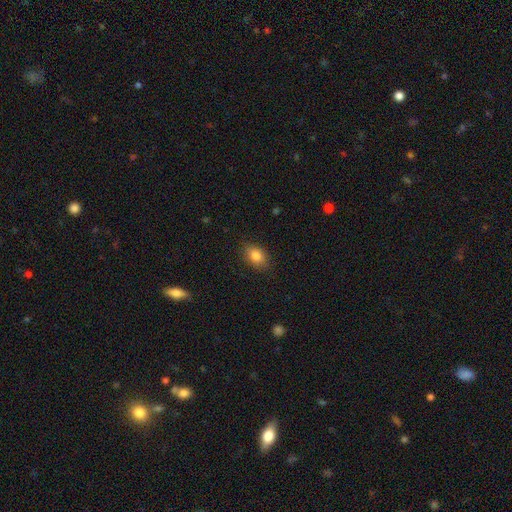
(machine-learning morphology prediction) Smooth or featured: smooth — 85% (star or artifact — 9%)
How rounded: in between — 80% (round — 19%)
Merging: none — 86% (minor disturbance — 11%)